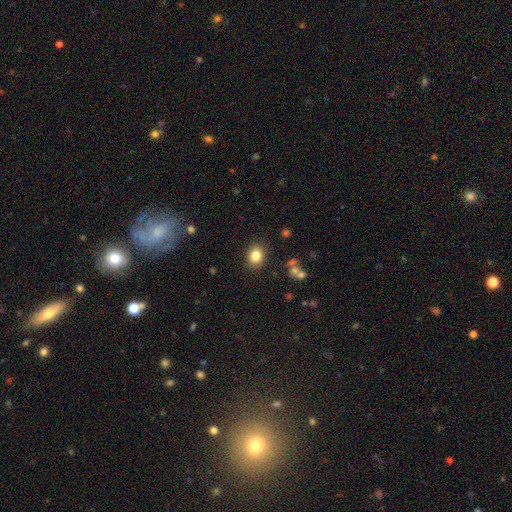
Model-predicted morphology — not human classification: This is clearly a smooth galaxy (82%). How rounded: possibly round (50%, tied with in between). Merging: clearly none (87%).